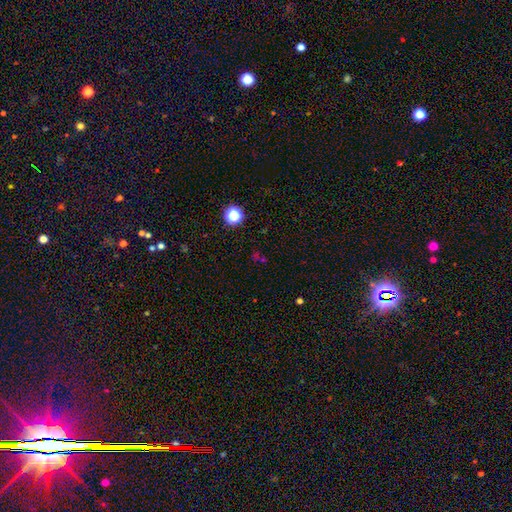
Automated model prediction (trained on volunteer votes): This appears to be a star or artifact, not a galaxy (53%).